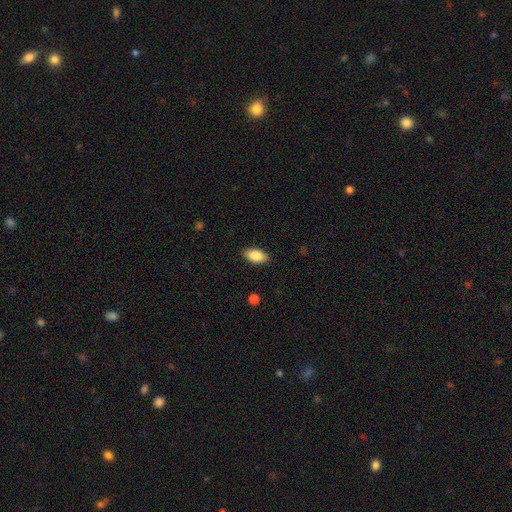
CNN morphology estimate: smooth_or_featured: smooth (p=0.86) [alt: featured or disk p=0.07]
how_rounded: in between (p=0.92) [alt: round p=0.04]
merging: none (p=0.88) [alt: minor disturbance p=0.09]